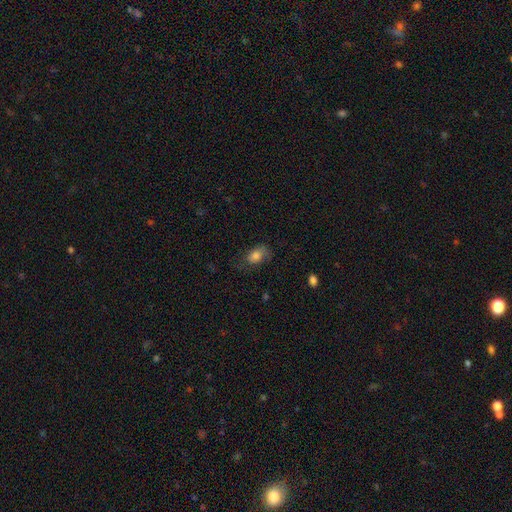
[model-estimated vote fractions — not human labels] smooth 77%, featured or disk 14%, star or artifact 9%. Down the decision tree: how rounded — in between (85%); merging — none (58%).